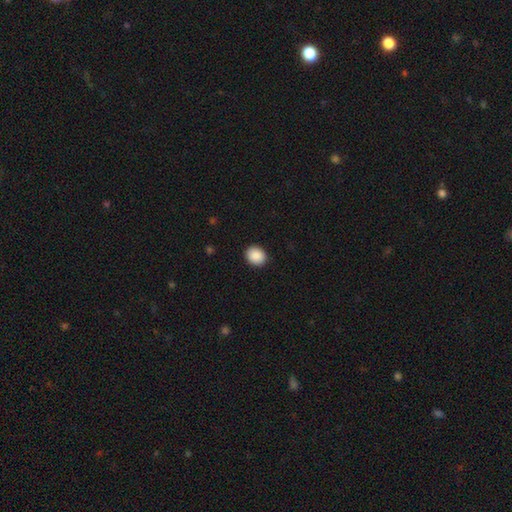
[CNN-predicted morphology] Smooth or featured? smooth (90%)
How rounded? round (58%)
Merging? none (91%)